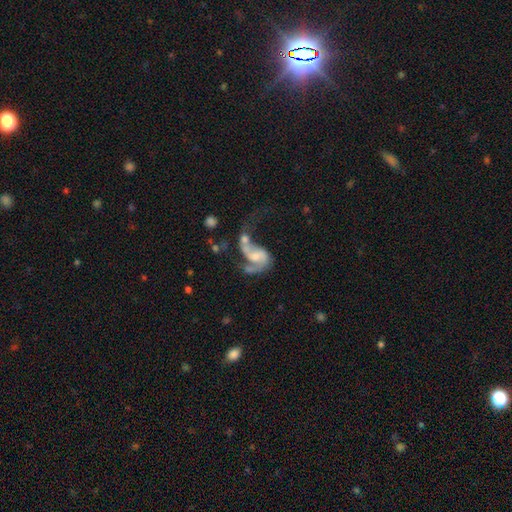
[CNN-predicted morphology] Q: Smooth or featured?
A: featured or disk (71%); runner-up: smooth (20%)
Q: Edge-on disk?
A: no (97%); runner-up: yes (3%)
Q: Bar?
A: no (55%); runner-up: weak (34%)
Q: Spiral arms?
A: yes (79%); runner-up: no (21%)
Q: Spiral winding?
A: loose (63%); runner-up: medium (29%)
Q: Spiral arm count?
A: 2 (66%); runner-up: 1 (22%)
Q: Bulge size?
A: moderate (34%); tied with: small (34%)
Q: Merging?
A: merger (41%); runner-up: major disturbance (33%)